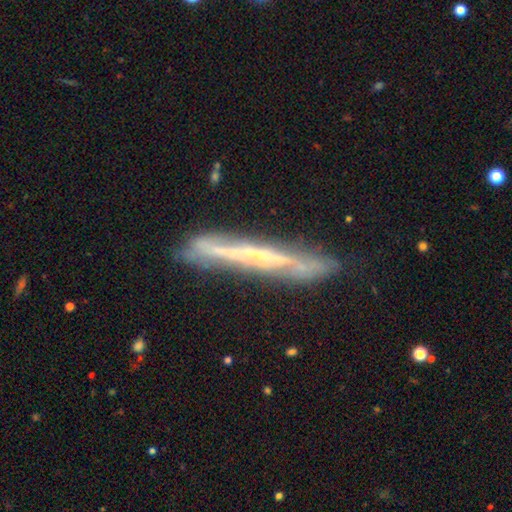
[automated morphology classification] A featured or disk galaxy (75%) viewed edge-on (85%) with no central bulge (64%).

Vote fractions:
- Smooth or featured? featured or disk: 75% / smooth: 18% / star or artifact: 7%
- Edge-on disk? yes: 85% / no: 15%
- Edge-on bulge? none: 64% / rounded: 29% / boxy: 7%
- Merging? none: 77% / minor disturbance: 17% / major disturbance: 4% / merger: 2%